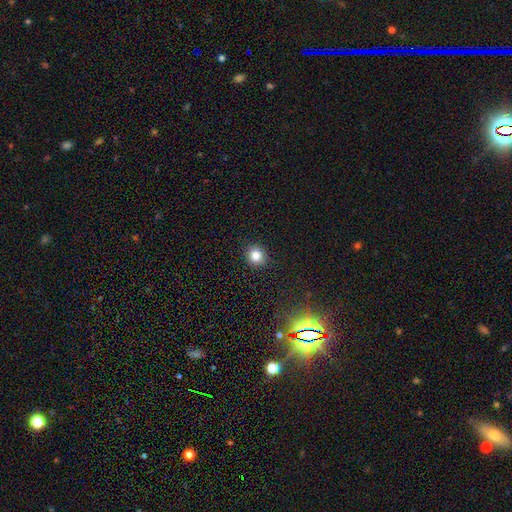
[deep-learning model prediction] Smooth or featured?
  - smooth: 81% *
  - star or artifact: 13%
  - featured or disk: 6%
How rounded?
  - round: 88% *
  - in between: 11%
  - cigar-shaped: 1%
Merging?
  - none: 91% *
  - minor disturbance: 6%
  - major disturbance: 2%
  - merger: 1%